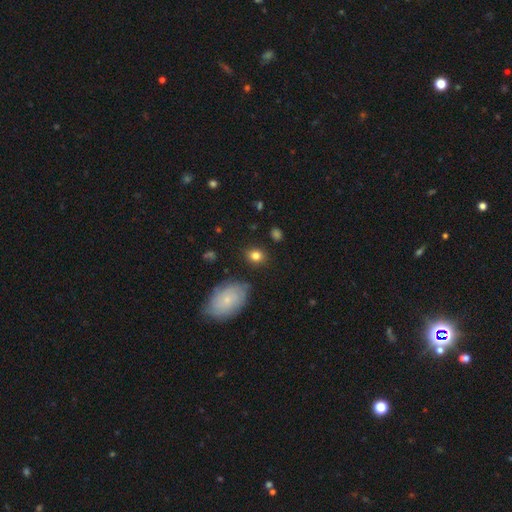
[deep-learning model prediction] This appears to be a smooth galaxy with no disk features (81%) that is round (54%). Merging: none (83%).